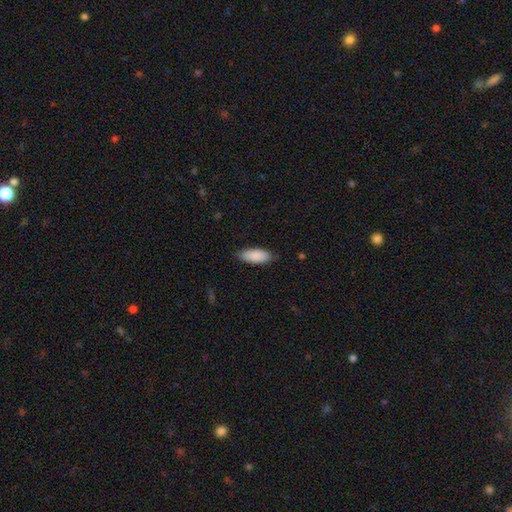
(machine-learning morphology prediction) A smooth galaxy with no disk features (89%) that is in between round and cigar-shaped (83%). Merging: none (80%).